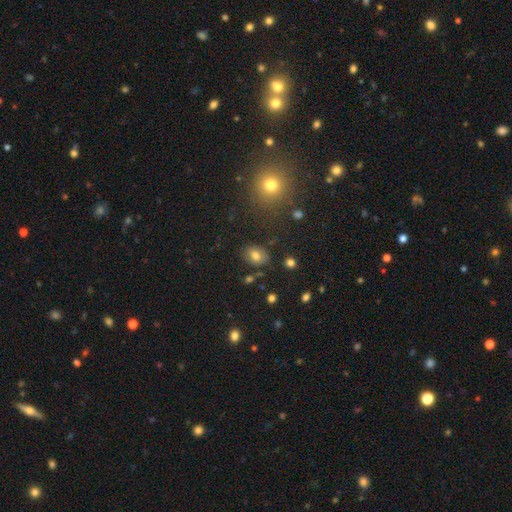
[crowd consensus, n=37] Overall: smooth (84%). How rounded: in between (65%; round 35%). Merging: none (83%).